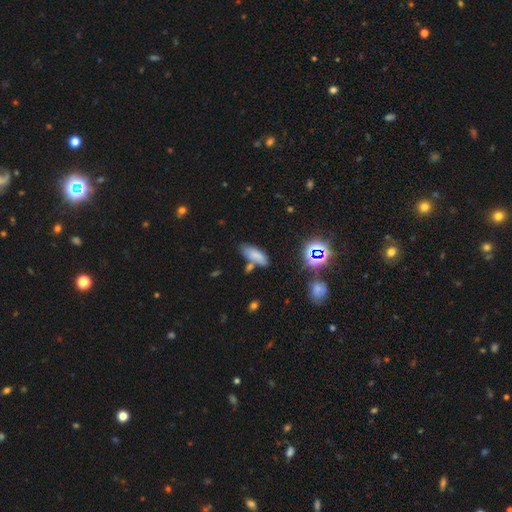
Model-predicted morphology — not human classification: Smooth or featured? smooth (75%)
How rounded? in between (70%)
Merging? none (58%)